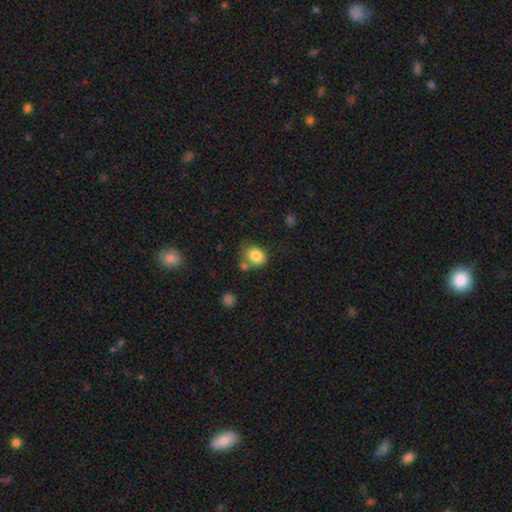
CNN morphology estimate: smooth-or-featured: smooth: 82% | star or artifact: 9% | featured or disk: 9%
  how-rounded: in between: 58% | round: 41% | cigar-shaped: 1%
  merging: none: 54% | minor disturbance: 20% | merger: 19% | major disturbance: 7%